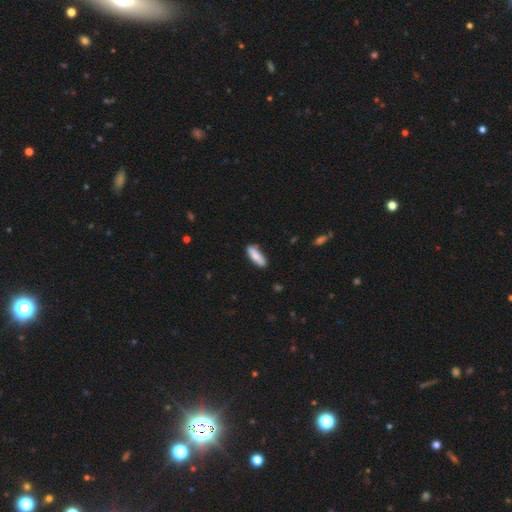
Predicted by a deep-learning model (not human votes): Overall: smooth (83%). How rounded: cigar-shaped (51%; in between 47%). Merging: none (84%).